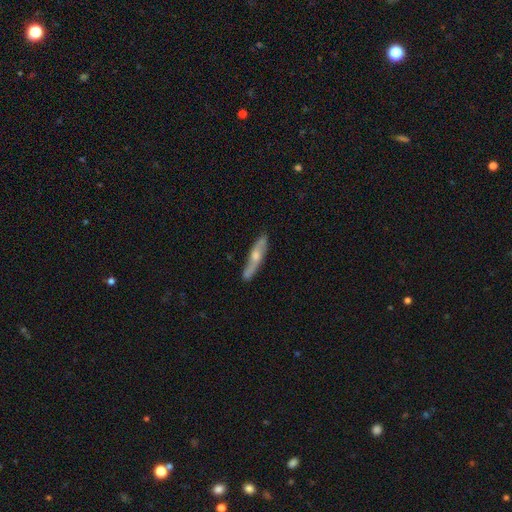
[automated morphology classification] Smooth or featured? Predicted: featured or disk (p=0.62). Edge-on disk? Predicted: yes (p=0.63). Merging? Predicted: none (p=0.82).